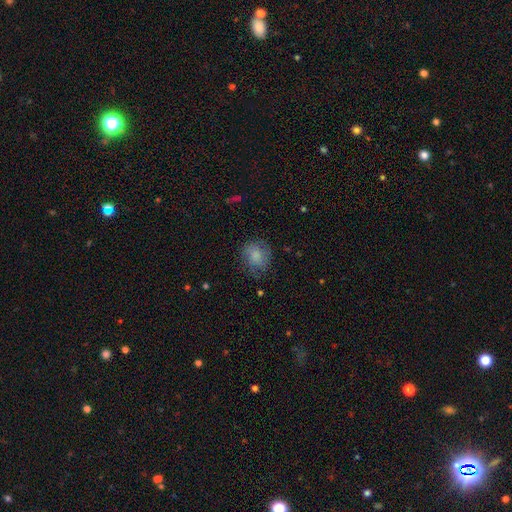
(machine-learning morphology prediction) A smooth galaxy with no disk features (71%) that is round (76%). Merging: none (67%).